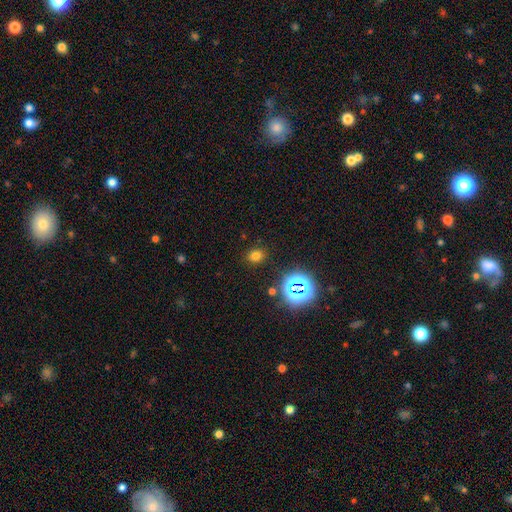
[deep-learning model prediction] The model was most divided on "how rounded": round: 58%, in between: 41%, cigar-shaped: 1%. More confident: merging — none (86%); smooth or featured — smooth (70%).